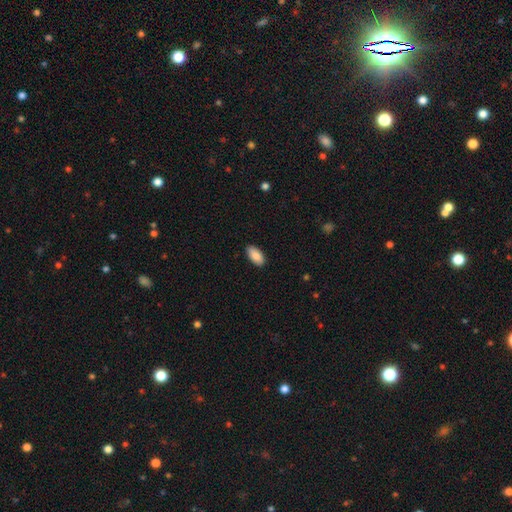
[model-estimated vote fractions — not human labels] Morphology: type=smooth (85%); roundness=in between (93%); merging=none (89%).